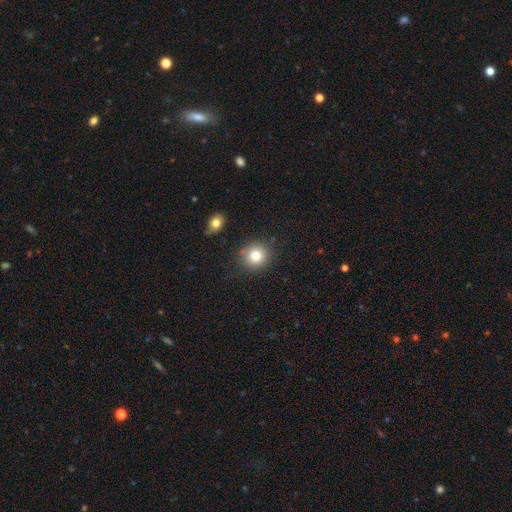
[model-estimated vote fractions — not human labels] This is likely a smooth galaxy (80%). How rounded: clearly round (90%). Merging: clearly none (83%).